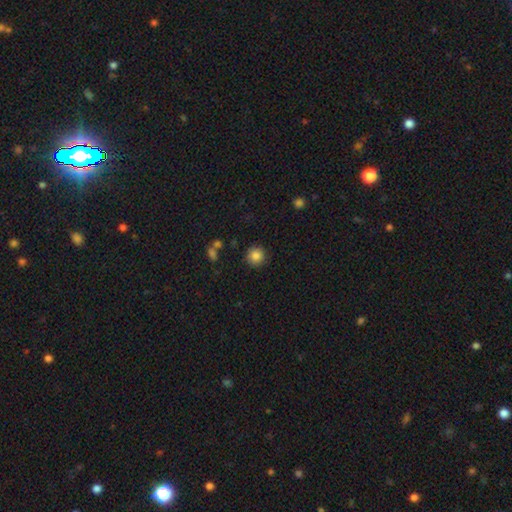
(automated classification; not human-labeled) Smooth or featured?
  - smooth: 85% *
  - star or artifact: 10%
  - featured or disk: 5%
How rounded?
  - round: 94% *
  - in between: 5%
  - cigar-shaped: 1%
Merging?
  - none: 88% *
  - minor disturbance: 7%
  - merger: 2%
  - major disturbance: 2%